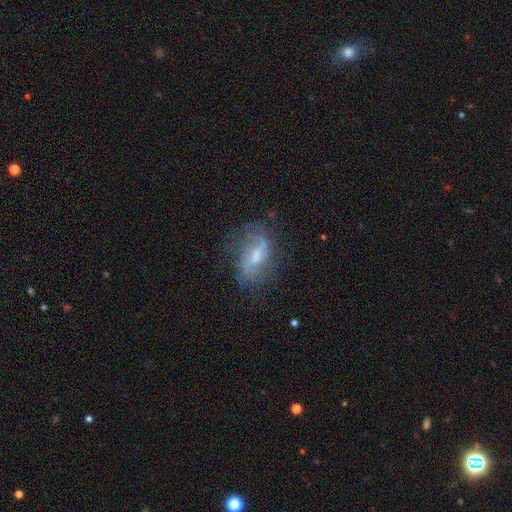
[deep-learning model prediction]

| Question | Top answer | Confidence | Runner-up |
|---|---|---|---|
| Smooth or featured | featured or disk | 68% | smooth (22%) |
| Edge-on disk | no | 93% | yes (7%) |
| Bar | weak | 53% | no (25%) |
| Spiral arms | yes | 74% | no (26%) |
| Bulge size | moderate | 43% | small (40%) |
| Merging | none | 54% | minor disturbance (24%) |